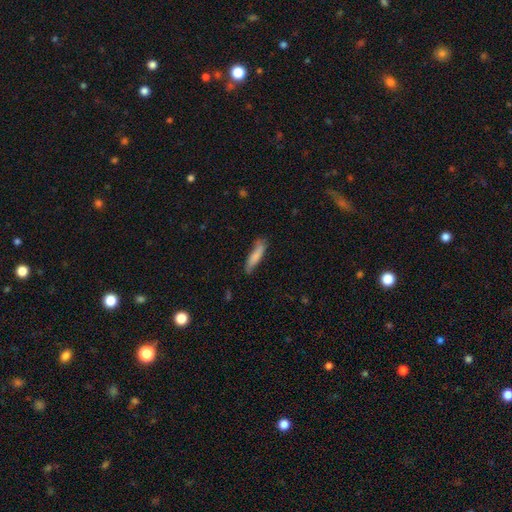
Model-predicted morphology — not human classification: Overall: smooth (80%). How rounded: cigar-shaped (80%). Merging: none (73%).